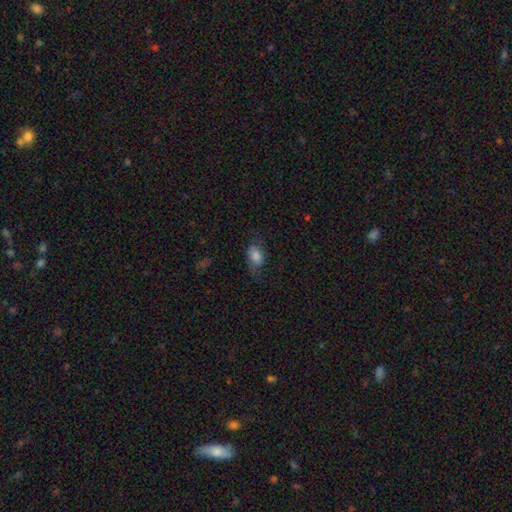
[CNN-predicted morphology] Smooth or featured? smooth (71%)
How rounded? in between (85%)
Merging? none (58%)